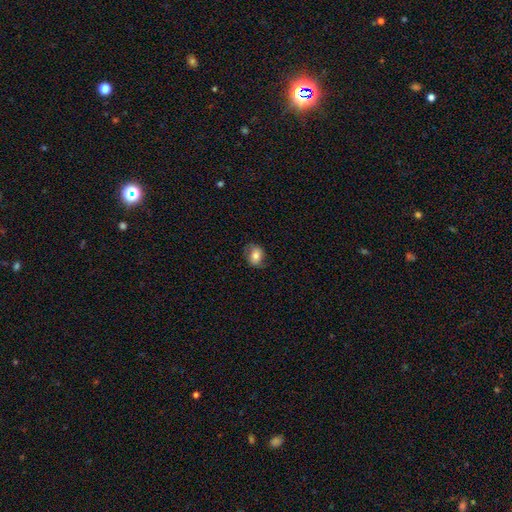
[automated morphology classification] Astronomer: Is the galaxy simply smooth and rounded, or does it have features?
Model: smooth — 72%.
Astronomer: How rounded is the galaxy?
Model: in between — 54% (runner-up: round, 45%).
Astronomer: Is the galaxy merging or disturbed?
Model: none — 74%.